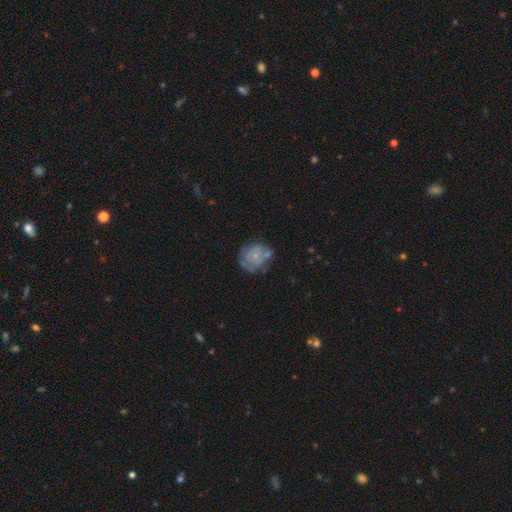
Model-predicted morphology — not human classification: Q: Smooth or featured?
A: smooth (47%); runner-up: featured or disk (44%)
Q: Merging?
A: none (52%); runner-up: minor disturbance (26%)